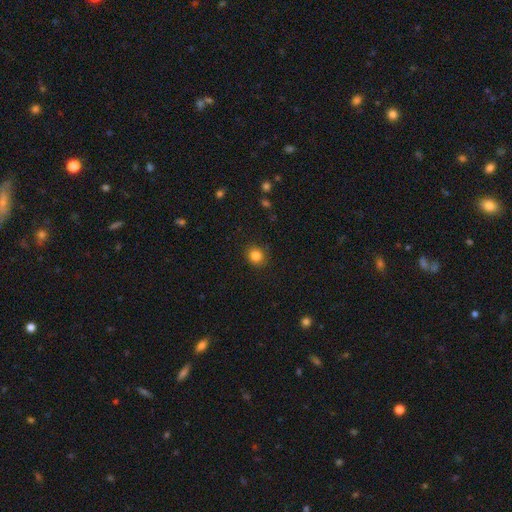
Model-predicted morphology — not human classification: This appears to be a smooth galaxy with no disk features (84%) that is round (83%). Merging: none (89%).